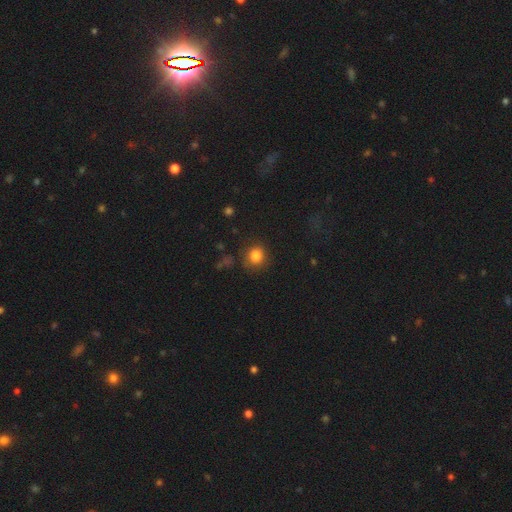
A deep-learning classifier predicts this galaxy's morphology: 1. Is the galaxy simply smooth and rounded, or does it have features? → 83% smooth, 11% star or artifact, 5% featured or disk.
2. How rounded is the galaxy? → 84% round, 15% in between, 1% cigar-shaped.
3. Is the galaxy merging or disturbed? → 80% none, 13% minor disturbance, 5% major disturbance, 2% merger.